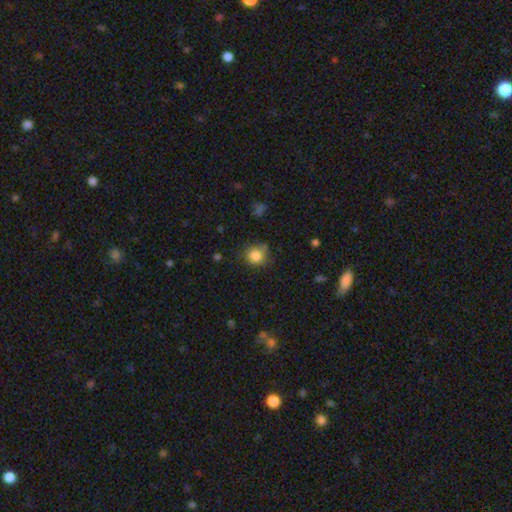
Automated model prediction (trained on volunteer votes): This is clearly a smooth galaxy (84%). How rounded: clearly round (82%). Merging: likely none (69%).